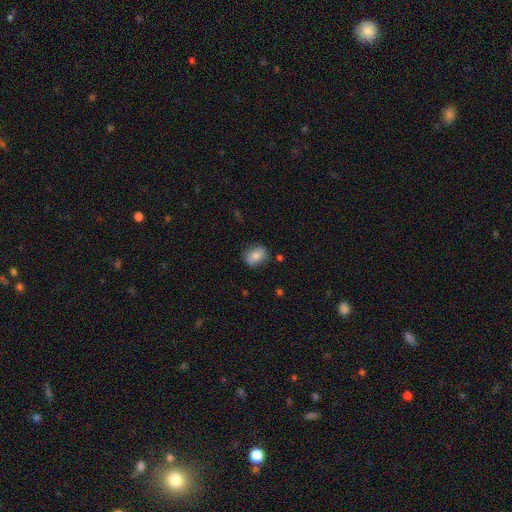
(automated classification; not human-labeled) smooth_or_featured: smooth (p=0.75) [alt: featured or disk p=0.16]
how_rounded: in between (p=0.66) [alt: round p=0.32]
merging: none (p=0.78) [alt: minor disturbance p=0.17]